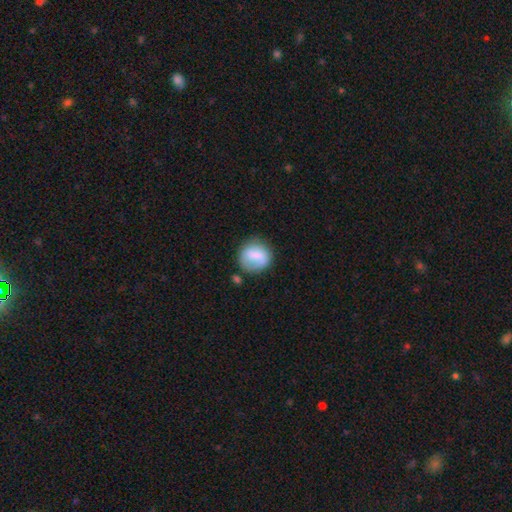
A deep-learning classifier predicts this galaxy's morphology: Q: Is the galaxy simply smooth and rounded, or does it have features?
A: smooth — 75%.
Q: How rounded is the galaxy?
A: round — 82%.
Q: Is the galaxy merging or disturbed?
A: none — 64%.